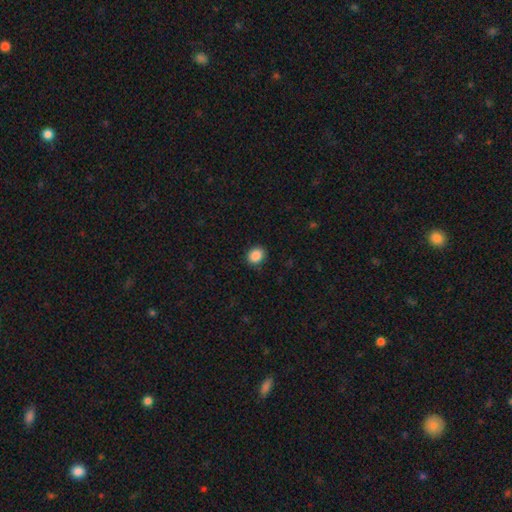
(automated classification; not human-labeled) Morphology: type=smooth (88%); roundness=round (58%); merging=none (89%).